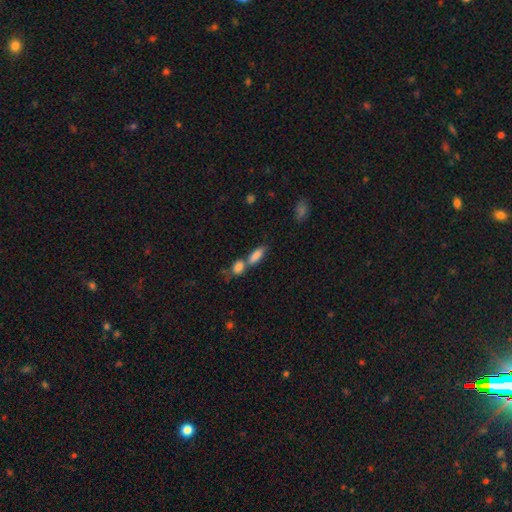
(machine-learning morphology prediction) The model was most divided on "merging": merger: 56%, none: 32%, minor disturbance: 8%, major disturbance: 4%. More confident: smooth or featured — smooth (82%); how rounded — in between (74%).